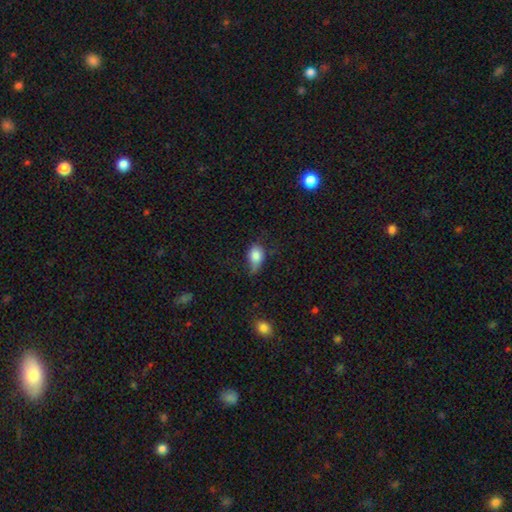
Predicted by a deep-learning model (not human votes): Smooth or featured? Predicted: smooth (p=0.80). How rounded? Predicted: in between (p=0.77). Merging? Predicted: minor disturbance (p=0.41).